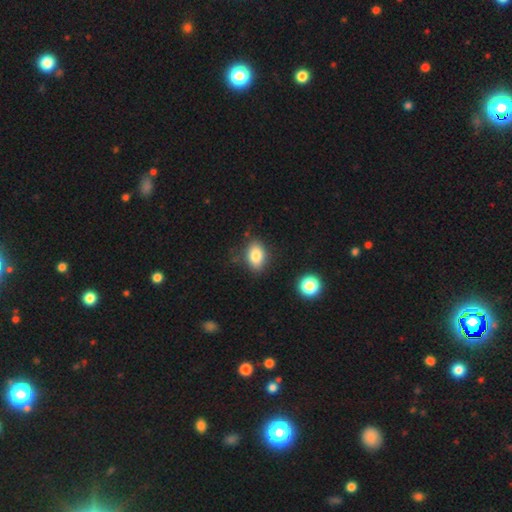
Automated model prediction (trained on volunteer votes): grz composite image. It shows a smooth galaxy with no disk features (82%) that is in between round and cigar-shaped (83%). Merging: none (80%).